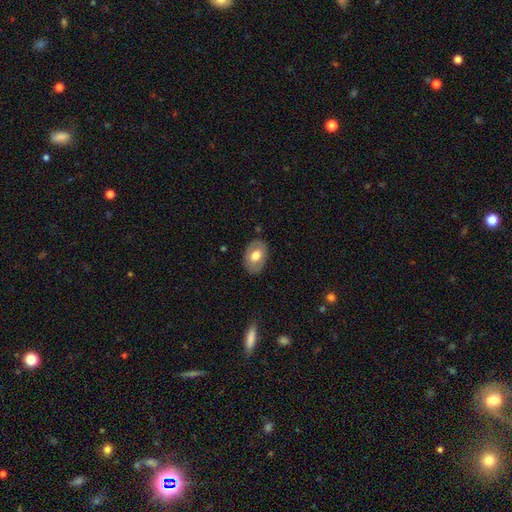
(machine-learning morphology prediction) smooth-or-featured: smooth: 63% | featured or disk: 30% | star or artifact: 6%
  how-rounded: in between: 83% | round: 16% | cigar-shaped: 1%
  merging: none: 83% | minor disturbance: 13% | major disturbance: 3% | merger: 1%